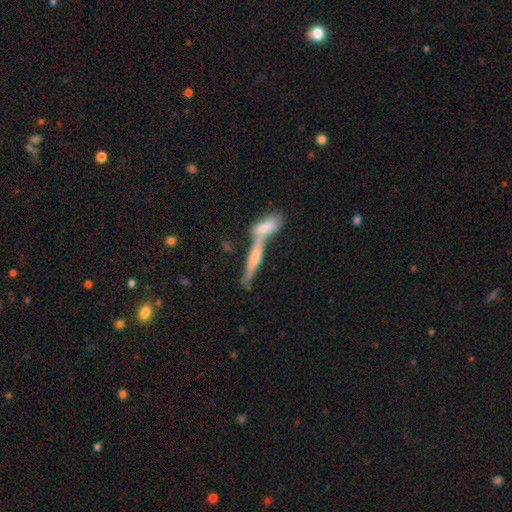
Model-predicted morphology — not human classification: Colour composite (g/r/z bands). It shows a featured or disk galaxy (49%). Merging: merger (50%).